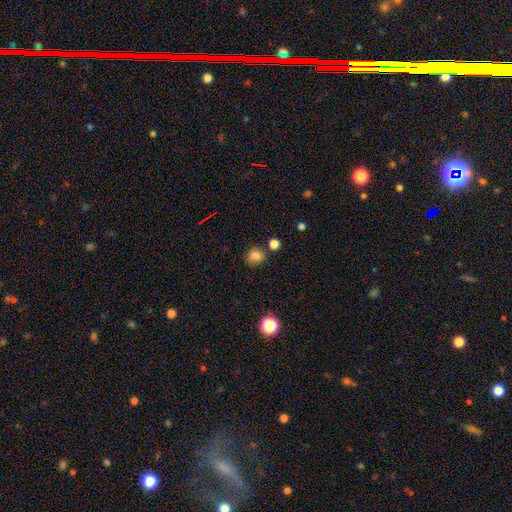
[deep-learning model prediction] Q: Smooth or featured?
A: smooth (79%); runner-up: star or artifact (14%)
Q: How rounded?
A: round (71%); runner-up: in between (28%)
Q: Merging?
A: none (76%); runner-up: minor disturbance (13%)